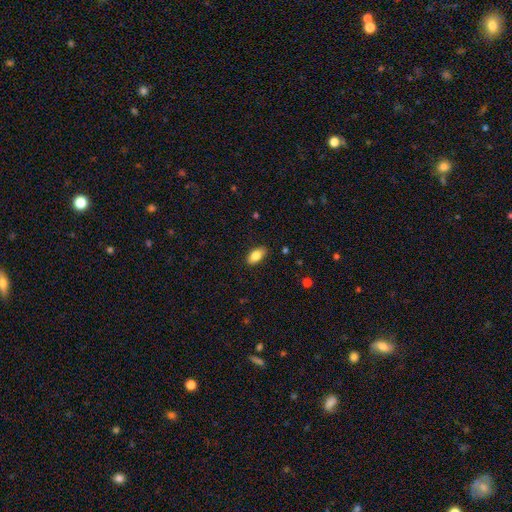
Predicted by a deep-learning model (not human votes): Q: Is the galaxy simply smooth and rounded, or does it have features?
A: smooth — 83%.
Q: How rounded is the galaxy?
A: in between — 91%.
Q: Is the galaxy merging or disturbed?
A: none — 87%.